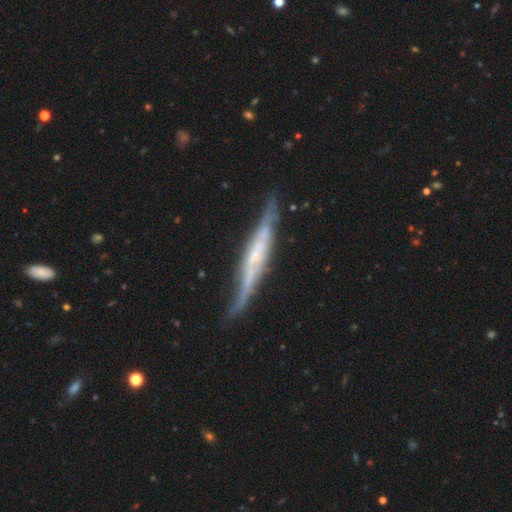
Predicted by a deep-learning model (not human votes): This appears to be a featured or disk galaxy (76%) viewed edge-on (86%) with no central bulge (47%). Merging: none (68%).